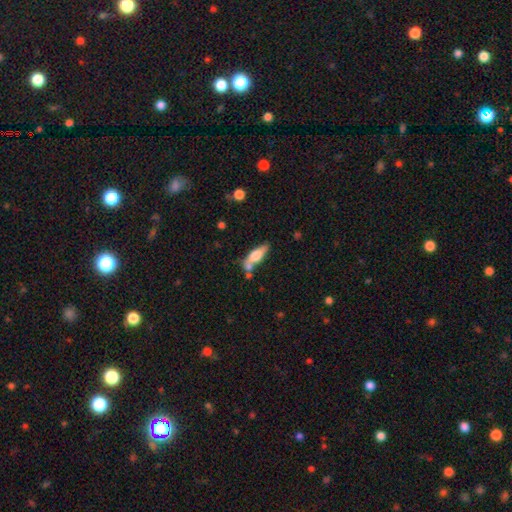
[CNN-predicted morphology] smooth_or_featured: smooth (p=0.56) [alt: featured or disk p=0.37]
how_rounded: in between (p=0.52) [alt: cigar-shaped p=0.45]
merging: none (p=0.55) [alt: merger p=0.20]